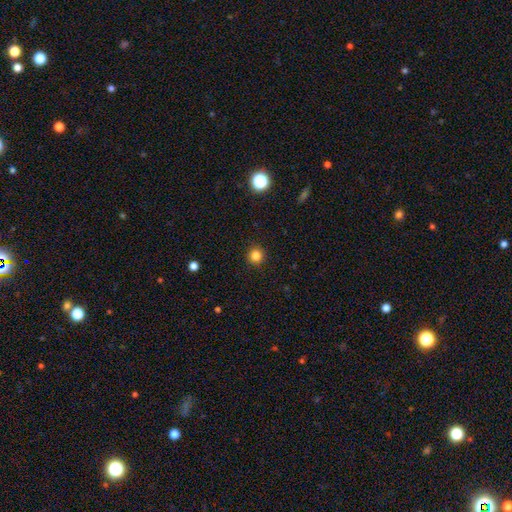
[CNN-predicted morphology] This is clearly a smooth galaxy (83%). How rounded: clearly round (94%). Merging: clearly none (92%).